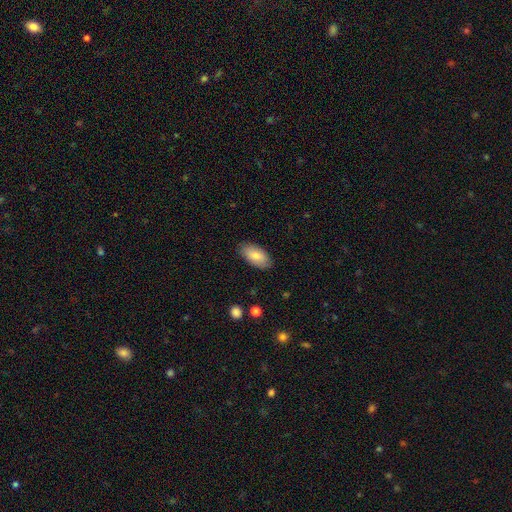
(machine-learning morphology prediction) A smooth galaxy with no disk features (80%) that is in between round and cigar-shaped (94%). Merging: none (85%).